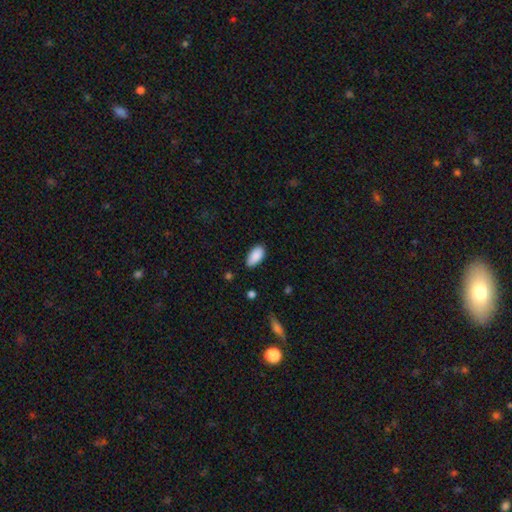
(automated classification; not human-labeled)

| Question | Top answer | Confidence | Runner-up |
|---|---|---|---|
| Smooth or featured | smooth | 89% | star or artifact (7%) |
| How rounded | in between | 94% | cigar-shaped (4%) |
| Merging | none | 82% | minor disturbance (14%) |